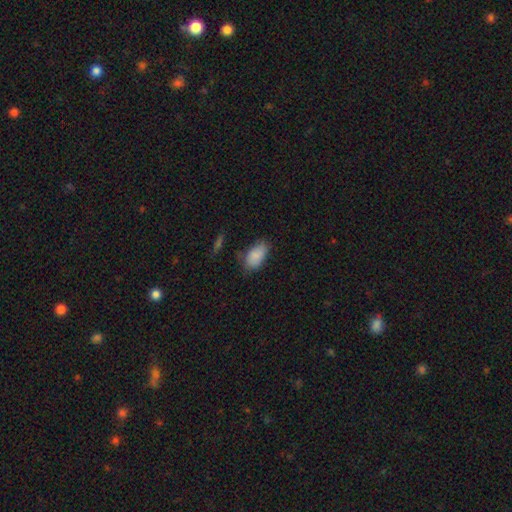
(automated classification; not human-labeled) Q: Smooth or featured?
A: smooth (86%); runner-up: featured or disk (7%)
Q: How rounded?
A: in between (93%); runner-up: round (5%)
Q: Merging?
A: none (66%); runner-up: minor disturbance (25%)